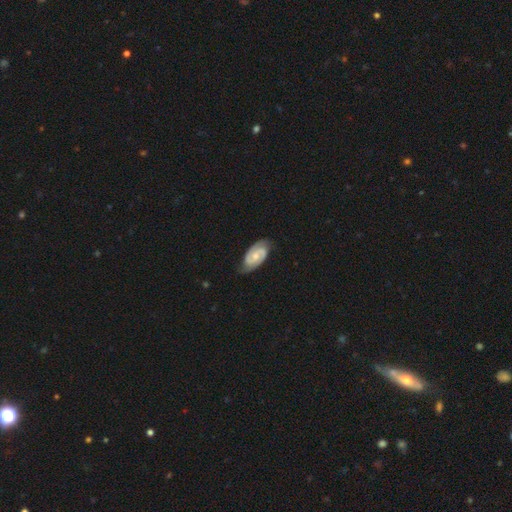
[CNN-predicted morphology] type=featured or disk (83%); edge-on=no (97%); bar=no (54%); spiral arms=yes (96%); winding=tight (56%); arm count=2 (89%); bulge=moderate (49%); merging=none (78%).